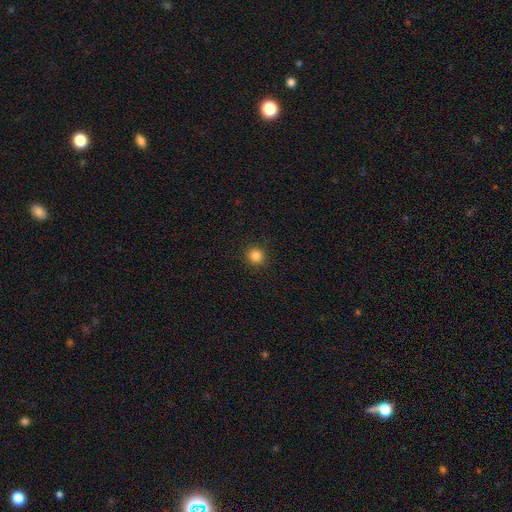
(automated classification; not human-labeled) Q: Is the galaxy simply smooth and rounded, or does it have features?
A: smooth — 85%.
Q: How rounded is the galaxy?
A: round — 87%.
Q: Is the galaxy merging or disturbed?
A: none — 90%.